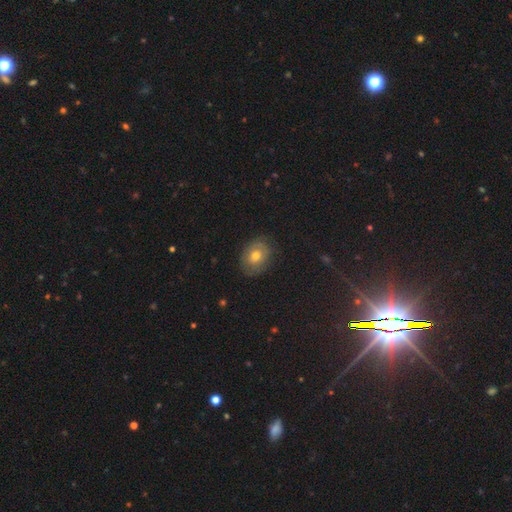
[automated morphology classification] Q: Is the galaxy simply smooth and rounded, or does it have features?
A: smooth — 55%.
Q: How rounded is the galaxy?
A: in between — 61%.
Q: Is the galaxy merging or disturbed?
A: none — 79%.